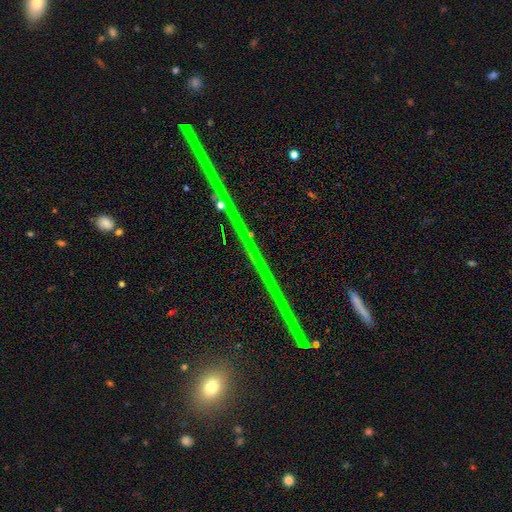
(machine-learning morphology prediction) A star or artifact, not a galaxy (82%).

Vote fractions:
- Smooth or featured? star or artifact: 82% / featured or disk: 12% / smooth: 6%